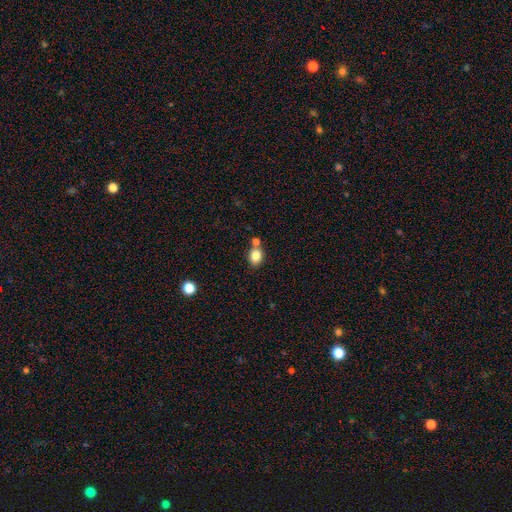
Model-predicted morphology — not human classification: A smooth galaxy with no disk features (83%) that is in between round and cigar-shaped (54%).

Vote fractions:
- Smooth or featured? smooth: 83% / star or artifact: 10% / featured or disk: 7%
- How rounded? in between: 54% / round: 45% / cigar-shaped: 1%
- Merging? none: 62% / merger: 24% / minor disturbance: 11% / major disturbance: 3%